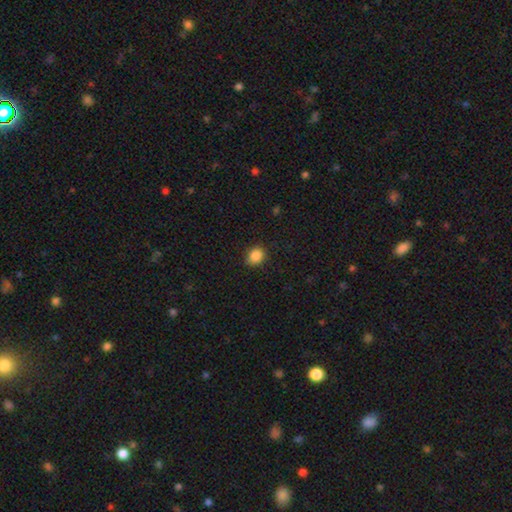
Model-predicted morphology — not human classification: type=smooth (87%); roundness=round (55%); merging=none (84%).